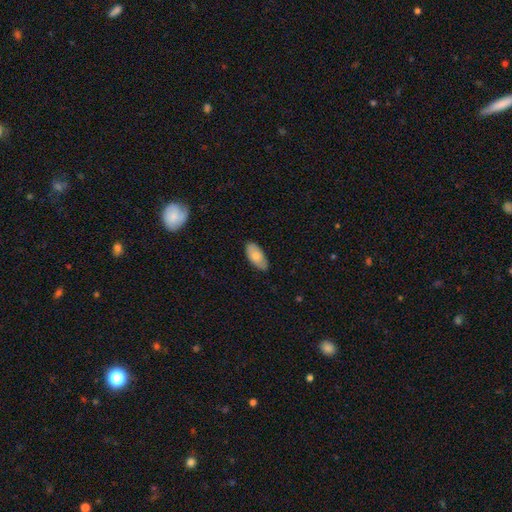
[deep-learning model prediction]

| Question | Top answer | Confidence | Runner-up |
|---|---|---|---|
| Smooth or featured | smooth | 73% | featured or disk (20%) |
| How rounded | in between | 93% | cigar-shaped (5%) |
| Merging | none | 80% | minor disturbance (16%) |